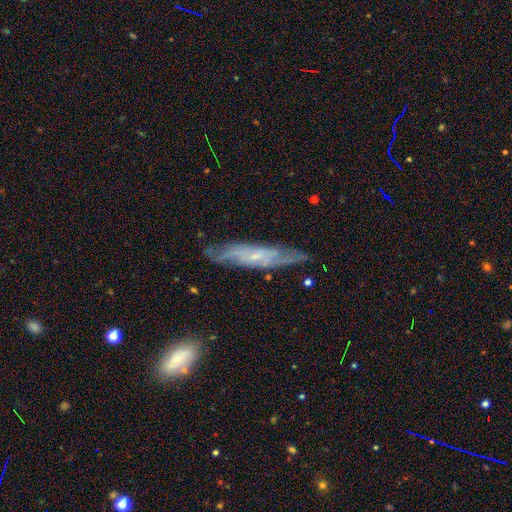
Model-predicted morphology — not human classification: Smooth or featured? featured or disk (69%)
Edge-on disk? no (57%)
Merging? none (74%)